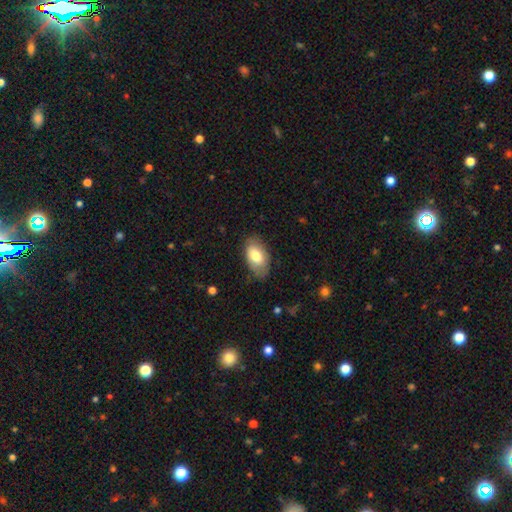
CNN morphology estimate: This is likely a smooth galaxy (73%). How rounded: clearly in between (94%). Merging: likely none (76%).